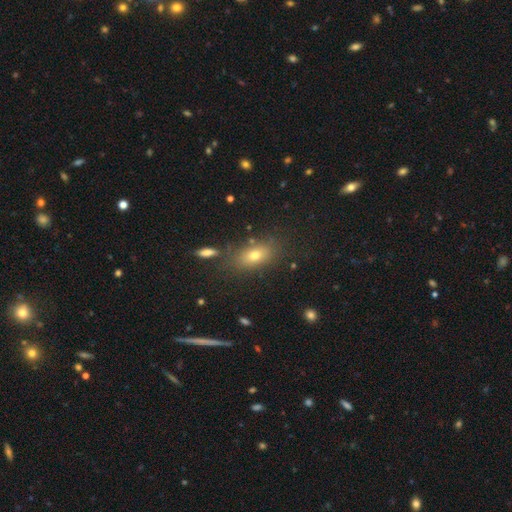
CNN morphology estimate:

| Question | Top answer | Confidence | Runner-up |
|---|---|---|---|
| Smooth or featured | smooth | 68% | star or artifact (17%) |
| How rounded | in between | 77% | round (15%) |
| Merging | none | 78% | minor disturbance (12%) |